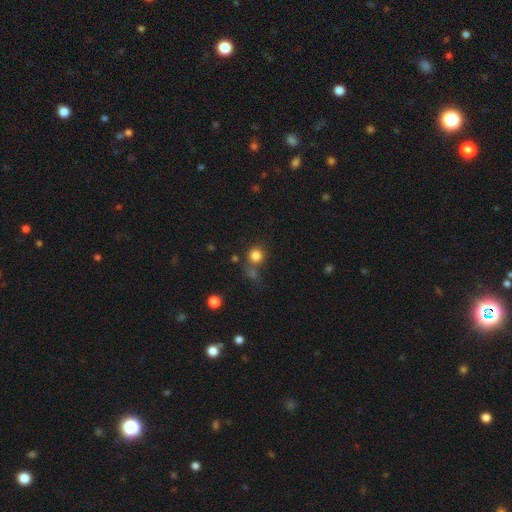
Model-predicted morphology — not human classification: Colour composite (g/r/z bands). It shows a smooth galaxy with no disk features (81%) that is round (89%). Merging: none (64%).